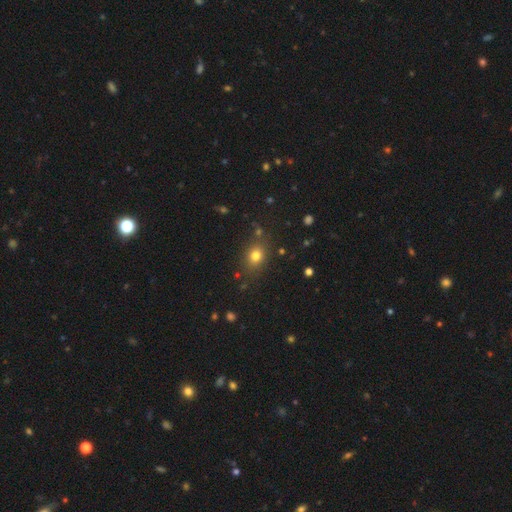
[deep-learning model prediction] Smooth or featured? smooth (77%)
How rounded? round (55%)
Merging? none (80%)